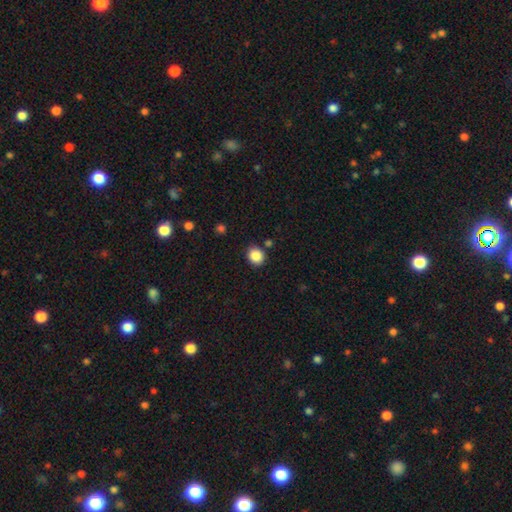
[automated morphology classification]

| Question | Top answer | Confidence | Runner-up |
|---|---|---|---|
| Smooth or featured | smooth | 87% | star or artifact (9%) |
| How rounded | round | 70% | in between (29%) |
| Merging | none | 85% | minor disturbance (9%) |